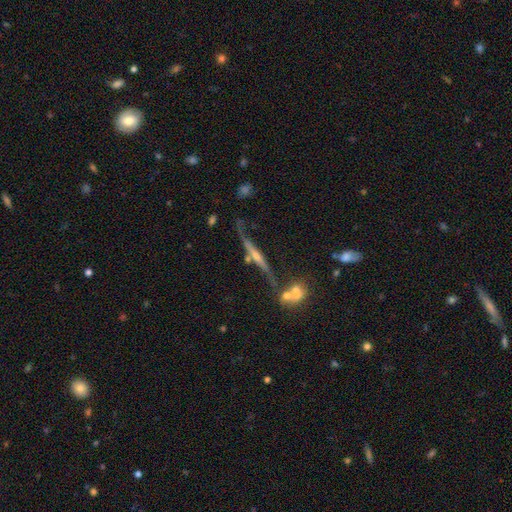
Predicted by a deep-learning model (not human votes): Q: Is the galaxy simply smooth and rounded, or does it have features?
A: featured or disk — 67%.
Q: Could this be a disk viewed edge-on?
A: yes — 87%.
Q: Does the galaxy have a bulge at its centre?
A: rounded — 50%.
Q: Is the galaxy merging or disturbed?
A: none — 56%.